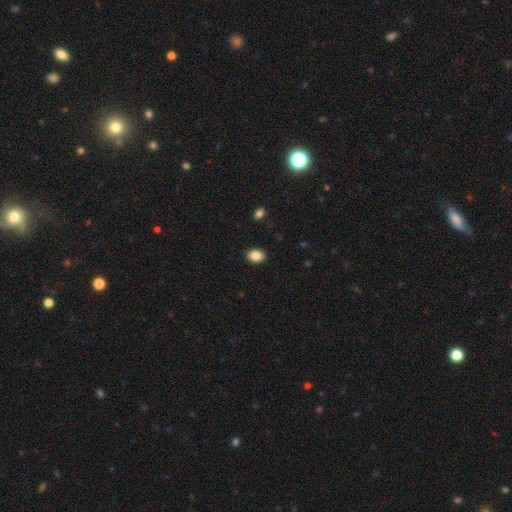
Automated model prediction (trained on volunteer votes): This appears to be a smooth galaxy with no disk features (88%) that is in between round and cigar-shaped (75%). Merging: none (90%).